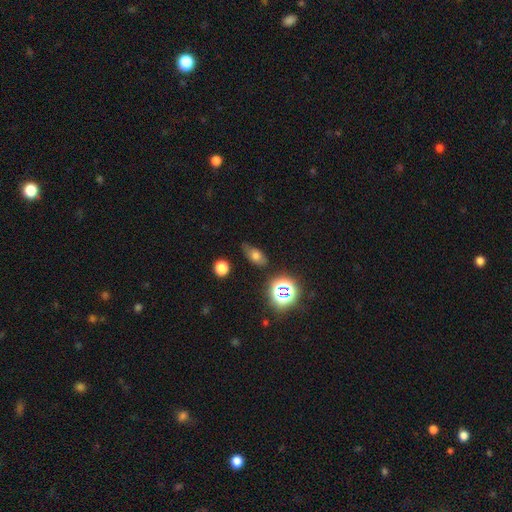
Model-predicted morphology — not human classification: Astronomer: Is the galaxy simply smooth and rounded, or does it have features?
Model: smooth — 65%.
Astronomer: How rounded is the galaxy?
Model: in between — 80%.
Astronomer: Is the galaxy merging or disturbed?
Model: none — 61%.